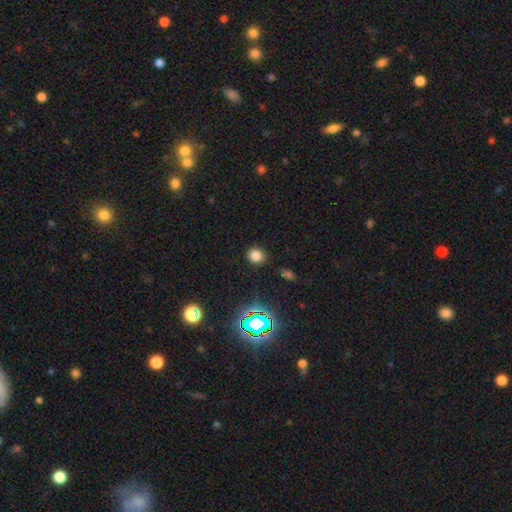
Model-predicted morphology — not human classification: This appears to be a smooth galaxy with no disk features (75%) that is round (81%). Merging: none (87%).